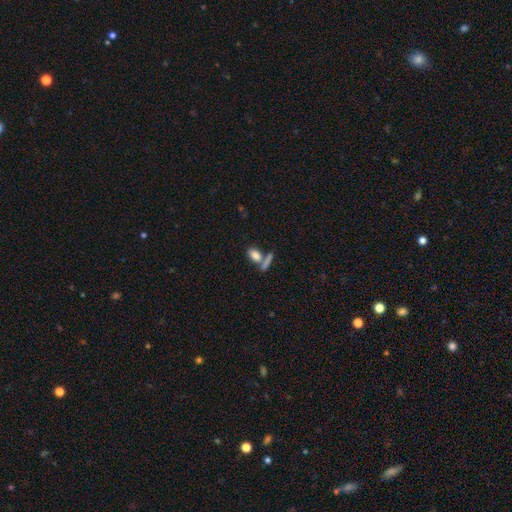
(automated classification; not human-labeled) A smooth galaxy with no disk features (81%) that is in between round and cigar-shaped (83%). Merging: none (47%).